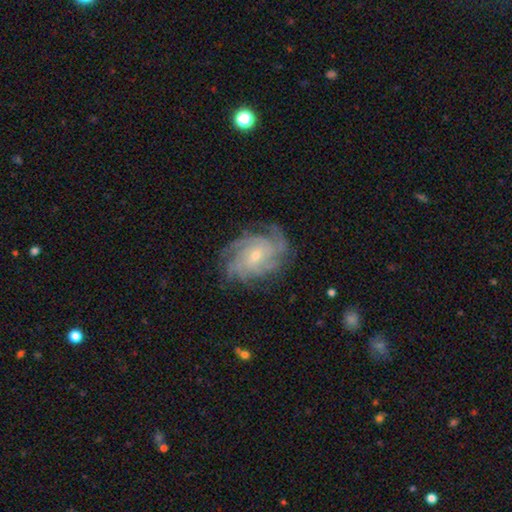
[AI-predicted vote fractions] Smooth or featured: featured or disk — 88% (smooth — 6%)
Edge-on disk: no — 97% (yes — 3%)
Bar: no — 59% (weak — 35%)
Spiral arms: yes — 98% (no — 2%)
Spiral winding: tight — 64% (medium — 30%)
Spiral arm count: 4 — 35% (can't tell — 20%)
Bulge size: small — 65% (moderate — 31%)
Merging: none — 77% (minor disturbance — 16%)